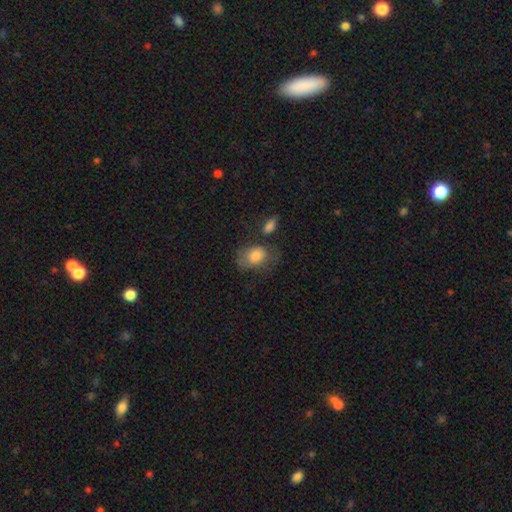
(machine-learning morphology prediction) Smooth or featured? smooth (77%)
How rounded? in between (73%)
Merging? none (45%)